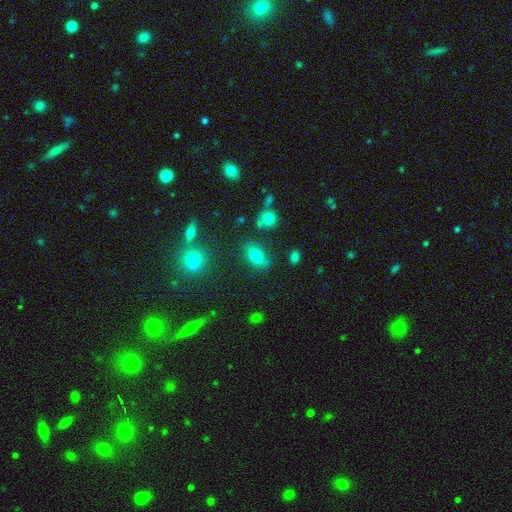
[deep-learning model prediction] Smooth or featured?
  - smooth: 75% *
  - star or artifact: 13%
  - featured or disk: 11%
How rounded?
  - in between: 83% *
  - round: 14%
  - cigar-shaped: 3%
Merging?
  - none: 72% *
  - minor disturbance: 16%
  - merger: 8%
  - major disturbance: 5%